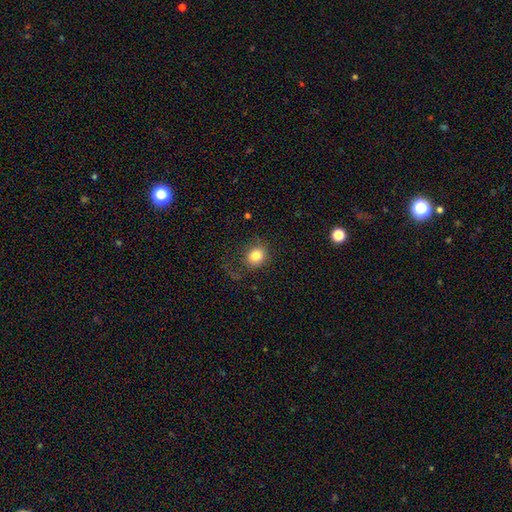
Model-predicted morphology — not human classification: Smooth or featured? smooth (82%)
How rounded? round (68%)
Merging? none (69%)